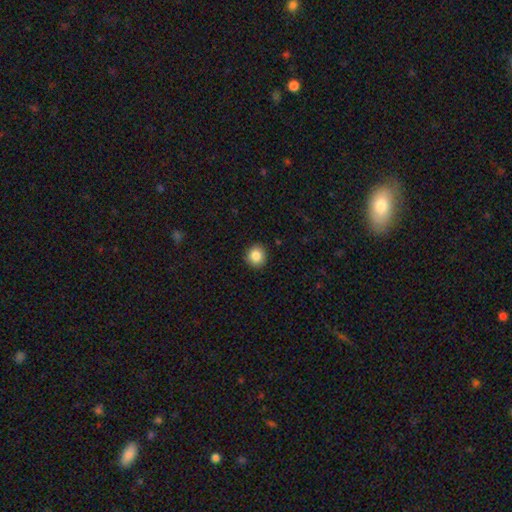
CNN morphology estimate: Overall: smooth (86%). How rounded: round (91%). Merging: none (91%).